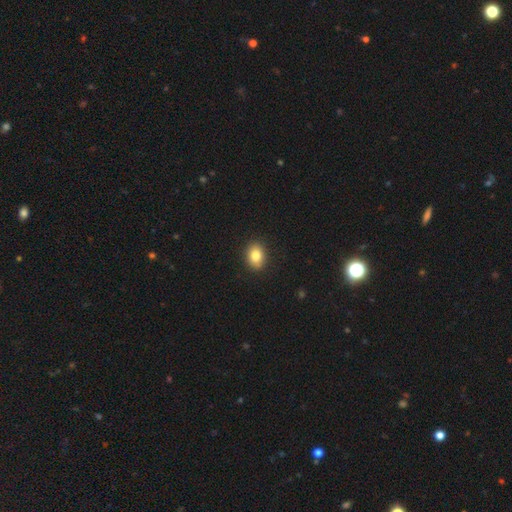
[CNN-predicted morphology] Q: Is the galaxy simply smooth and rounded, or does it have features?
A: smooth — 82%.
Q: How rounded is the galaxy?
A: in between — 60%.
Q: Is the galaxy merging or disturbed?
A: none — 90%.